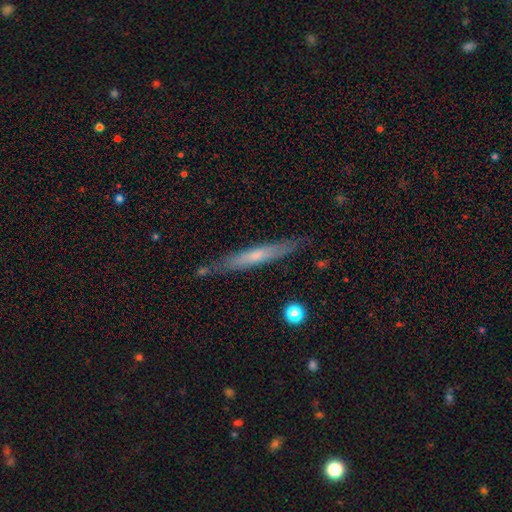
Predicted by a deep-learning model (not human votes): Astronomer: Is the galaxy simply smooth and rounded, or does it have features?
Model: featured or disk — 48% (runner-up: smooth, 45%).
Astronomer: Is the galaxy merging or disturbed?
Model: none — 83%.